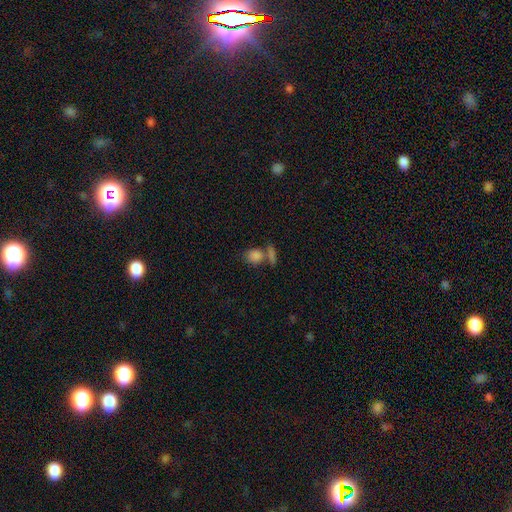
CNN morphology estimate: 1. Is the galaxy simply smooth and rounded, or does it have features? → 84% smooth, 9% star or artifact, 7% featured or disk.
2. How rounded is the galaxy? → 50% round, 46% in between, 4% cigar-shaped.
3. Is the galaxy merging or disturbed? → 47% none, 37% merger, 10% minor disturbance, 6% major disturbance.